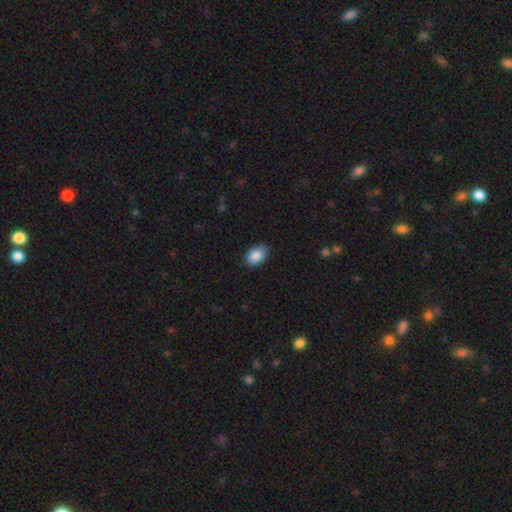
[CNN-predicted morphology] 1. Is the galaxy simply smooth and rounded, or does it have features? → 88% smooth, 7% star or artifact, 5% featured or disk.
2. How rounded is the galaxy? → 90% in between, 9% round, 1% cigar-shaped.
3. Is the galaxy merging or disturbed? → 83% none, 13% minor disturbance, 2% major disturbance, 1% merger.